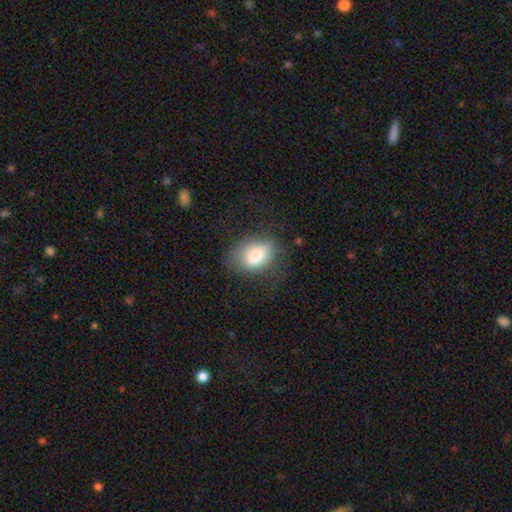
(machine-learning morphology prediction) This appears to be a smooth galaxy with no disk features (75%) that is in between round and cigar-shaped (79%). Merging: none (59%).